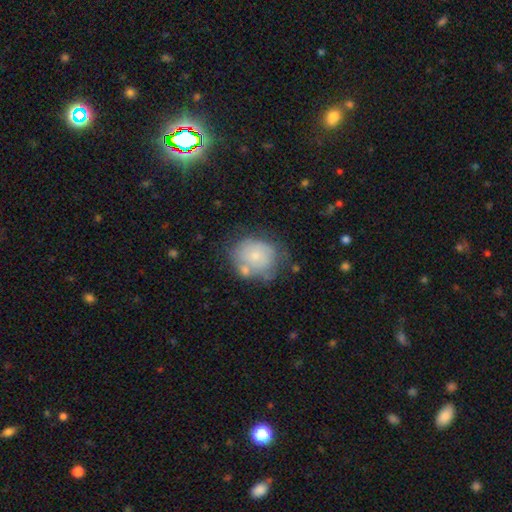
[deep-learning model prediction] A smooth galaxy with no disk features (65%) that is round (67%). Merging: none (51%).